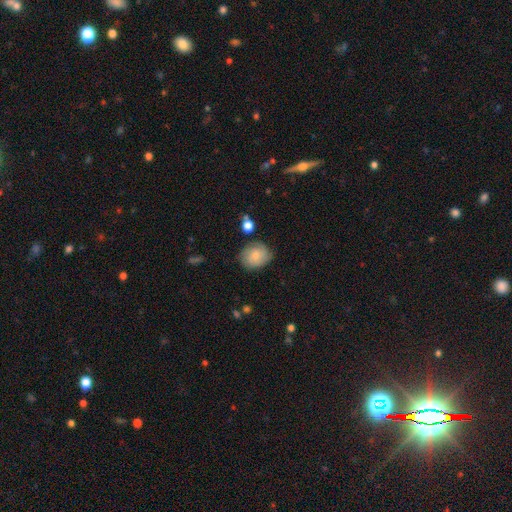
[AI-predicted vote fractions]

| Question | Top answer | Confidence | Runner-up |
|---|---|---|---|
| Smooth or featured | smooth | 66% | featured or disk (26%) |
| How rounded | round | 57% | in between (42%) |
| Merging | none | 70% | minor disturbance (22%) |